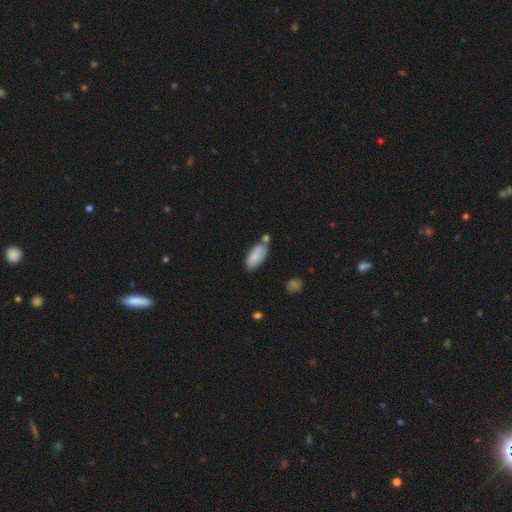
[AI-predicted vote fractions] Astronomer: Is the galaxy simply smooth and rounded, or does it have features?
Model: smooth — 85%.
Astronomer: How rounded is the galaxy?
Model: in between — 90%.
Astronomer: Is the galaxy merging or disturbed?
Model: none — 63%.